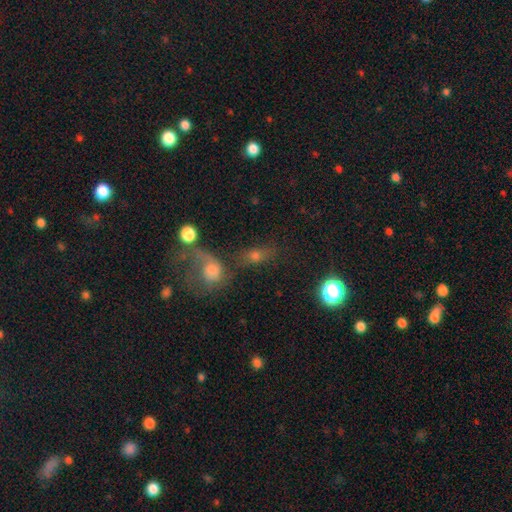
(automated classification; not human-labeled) smooth_or_featured: smooth (p=0.55) [alt: featured or disk p=0.25]
how_rounded: in between (p=0.57) [alt: round p=0.35]
merging: none (p=0.39) [alt: merger p=0.30]